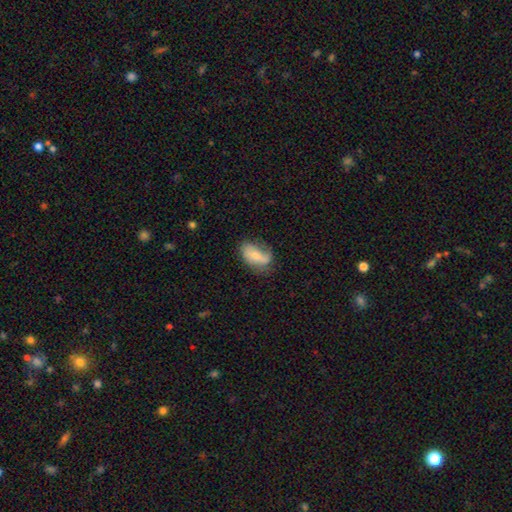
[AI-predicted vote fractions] Smooth or featured? Predicted: smooth (p=0.56). How rounded? Predicted: in between (p=0.89). Merging? Predicted: none (p=0.50).